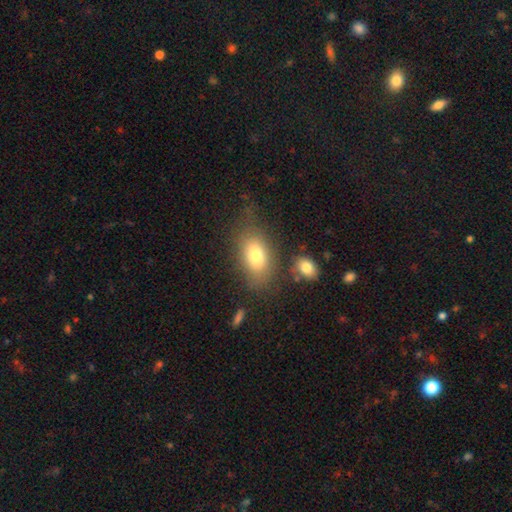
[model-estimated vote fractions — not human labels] A smooth galaxy with no disk features (76%) that is in between round and cigar-shaped (86%). Merging: none (66%).